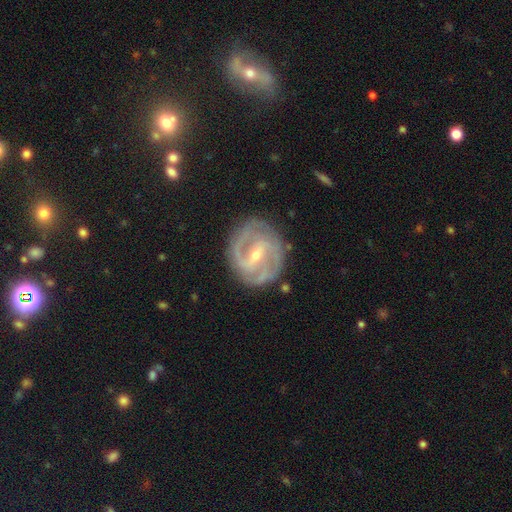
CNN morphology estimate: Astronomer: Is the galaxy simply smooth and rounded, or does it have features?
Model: featured or disk — 90%.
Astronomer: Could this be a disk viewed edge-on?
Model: no — 97%.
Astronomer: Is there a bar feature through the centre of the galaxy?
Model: strong — 43% (runner-up: weak, 41%).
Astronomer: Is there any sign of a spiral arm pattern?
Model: yes — 97%.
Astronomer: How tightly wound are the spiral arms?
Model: tight — 45% (runner-up: medium, 44%).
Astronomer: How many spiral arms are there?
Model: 2 — 55%.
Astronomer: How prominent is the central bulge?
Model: small — 57% (runner-up: moderate, 41%).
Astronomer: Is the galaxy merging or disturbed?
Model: none — 81%.